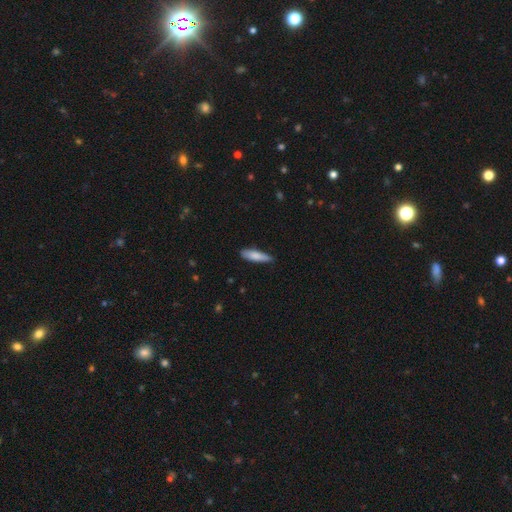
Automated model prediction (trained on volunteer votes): This is clearly a smooth galaxy (81%). How rounded: likely cigar-shaped (66%). Merging: likely none (76%).